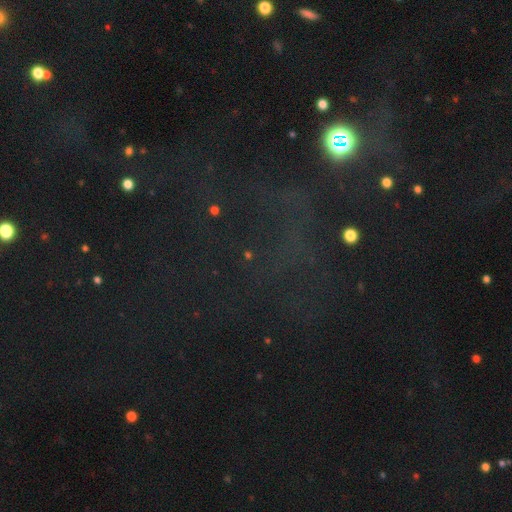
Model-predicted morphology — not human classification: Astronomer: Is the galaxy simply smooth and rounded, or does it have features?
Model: star or artifact — 70%.